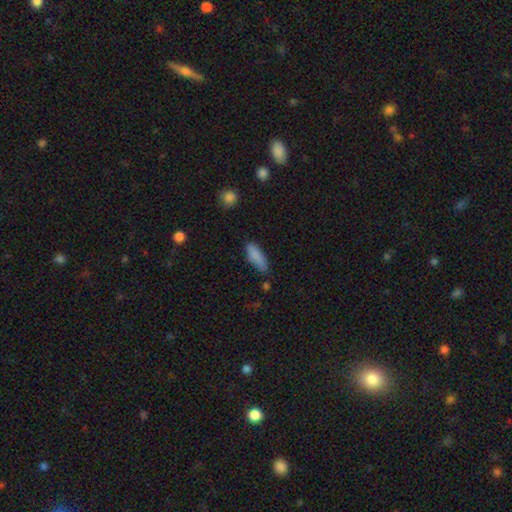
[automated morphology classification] smooth-or-featured: smooth: 85% | featured or disk: 8% | star or artifact: 8%
  how-rounded: in between: 58% | cigar-shaped: 40% | round: 2%
  merging: none: 67% | minor disturbance: 25% | major disturbance: 5% | merger: 3%